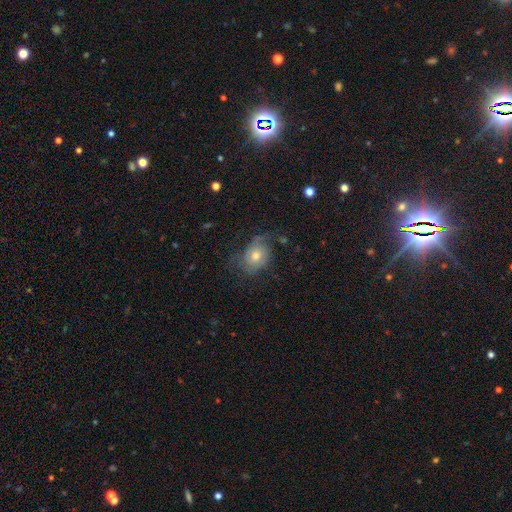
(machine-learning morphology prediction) Smooth or featured: smooth — 46% (featured or disk — 44%)
Merging: none — 52% (minor disturbance — 28%)